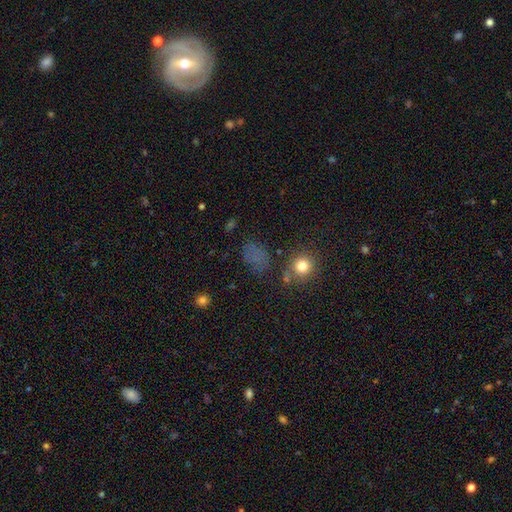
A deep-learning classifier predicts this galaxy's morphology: A smooth galaxy with no disk features (56%) that is in between round and cigar-shaped (63%).

Vote fractions:
- Smooth or featured? smooth: 56% / star or artifact: 32% / featured or disk: 13%
- How rounded? in between: 63% / round: 35% / cigar-shaped: 3%
- Merging? none: 62% / minor disturbance: 20% / major disturbance: 12% / merger: 6%